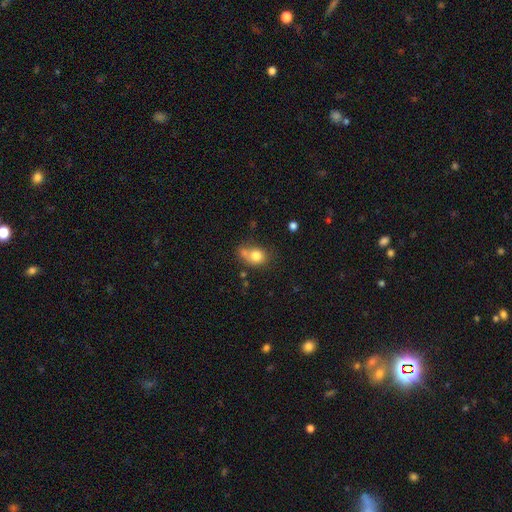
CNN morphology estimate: smooth 78%, featured or disk 12%, star or artifact 10%. Down the decision tree: how rounded — round (62%); merging — none (41%).